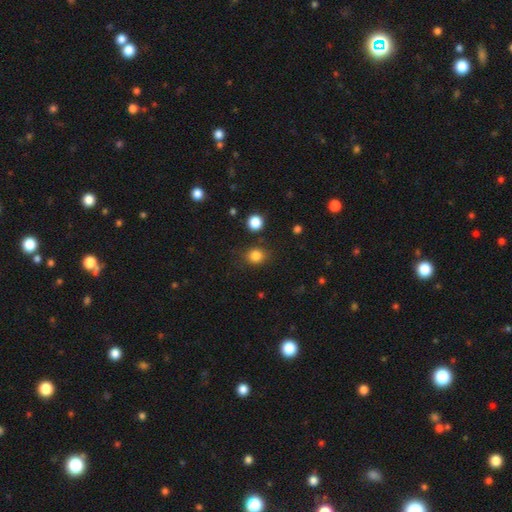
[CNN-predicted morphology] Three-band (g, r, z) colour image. It shows a smooth galaxy with no disk features (83%) that is round (75%). Merging: none (81%).